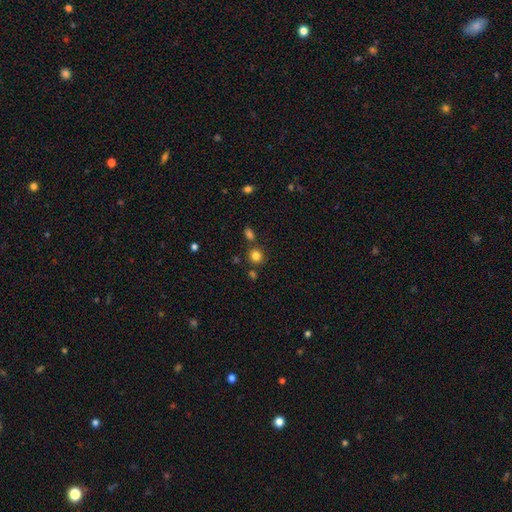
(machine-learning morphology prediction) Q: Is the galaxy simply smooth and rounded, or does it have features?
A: smooth — 81%.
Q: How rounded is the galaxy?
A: round — 83%.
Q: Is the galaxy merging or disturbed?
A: none — 78%.